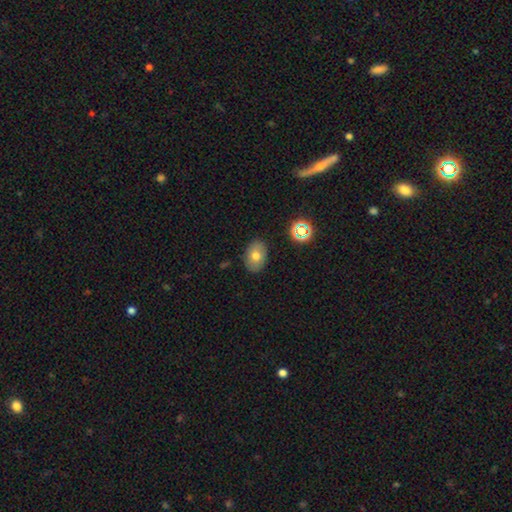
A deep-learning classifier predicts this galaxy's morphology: Smooth or featured? smooth (71%)
How rounded? in between (79%)
Merging? none (85%)